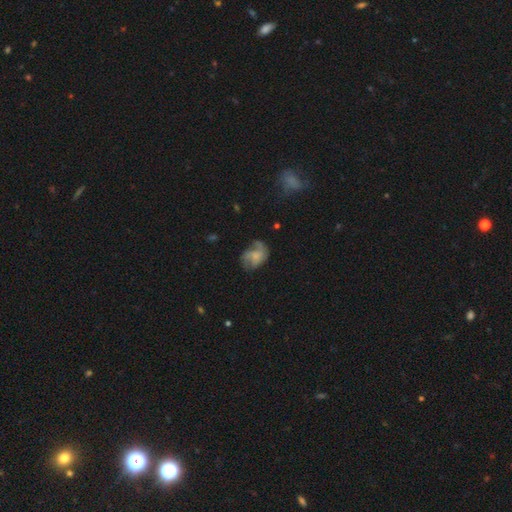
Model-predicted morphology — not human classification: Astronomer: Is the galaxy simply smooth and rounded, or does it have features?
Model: featured or disk — 54% (runner-up: smooth, 36%).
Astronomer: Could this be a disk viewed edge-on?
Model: no — 97%.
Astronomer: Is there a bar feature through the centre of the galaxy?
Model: no — 73%.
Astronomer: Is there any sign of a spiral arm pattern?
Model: yes — 74%.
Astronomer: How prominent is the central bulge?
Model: none — 38% (runner-up: small, 27%).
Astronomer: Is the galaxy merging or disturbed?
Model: none — 50%.